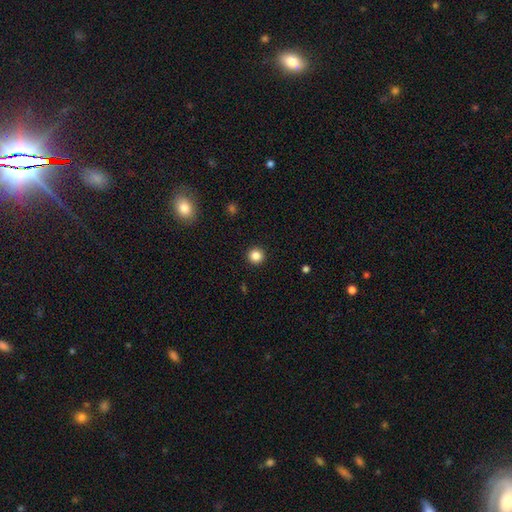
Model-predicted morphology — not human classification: The model was most divided on "smooth or featured": smooth: 85%, star or artifact: 11%, featured or disk: 4%. More confident: how rounded — round (95%); merging — none (93%).